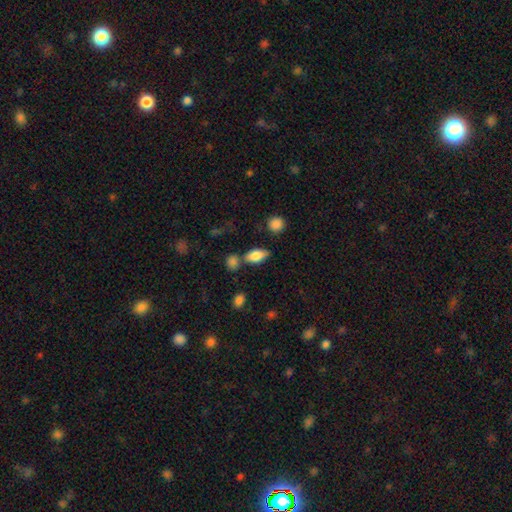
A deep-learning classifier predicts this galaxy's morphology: This is clearly a smooth galaxy (81%). How rounded: clearly in between (88%). Merging: likely none (67%).